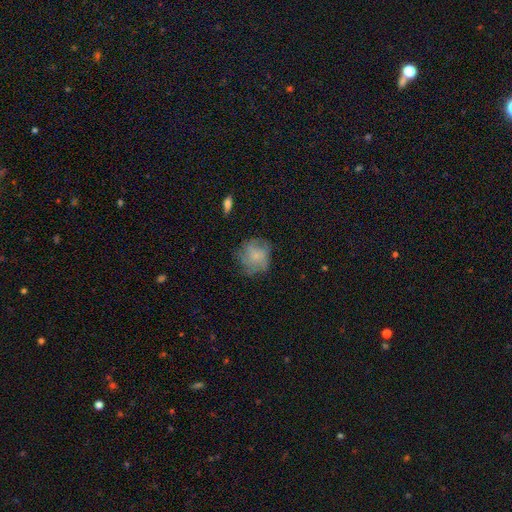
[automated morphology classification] A smooth galaxy with no disk features (54%) that is round (84%).

Vote fractions:
- Smooth or featured? smooth: 54% / featured or disk: 35% / star or artifact: 11%
- How rounded? round: 84% / in between: 15% / cigar-shaped: 1%
- Merging? none: 65% / minor disturbance: 22% / major disturbance: 11% / merger: 2%